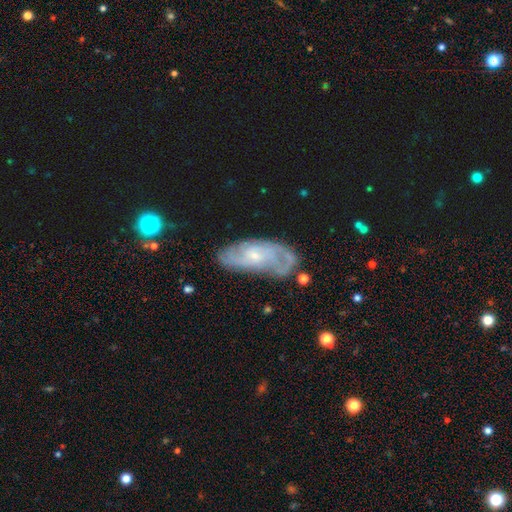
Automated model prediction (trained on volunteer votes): Morphology: type=featured or disk (78%); edge-on=no (92%); bar=no (64%); spiral arms=yes (91%); winding=tight (46%); arm count=can't tell (37%); bulge=small (72%); merging=none (66%).